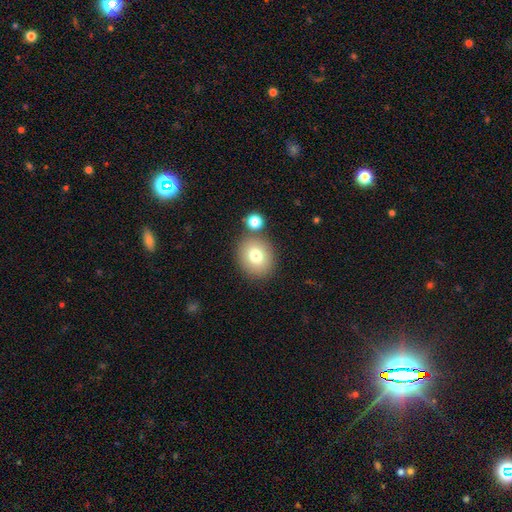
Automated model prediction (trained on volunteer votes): A smooth galaxy with no disk features (77%) that is round (70%).

Vote fractions:
- Smooth or featured? smooth: 77% / featured or disk: 13% / star or artifact: 10%
- How rounded? round: 70% / in between: 29% / cigar-shaped: 1%
- Merging? none: 76% / merger: 11% / minor disturbance: 10% / major disturbance: 3%